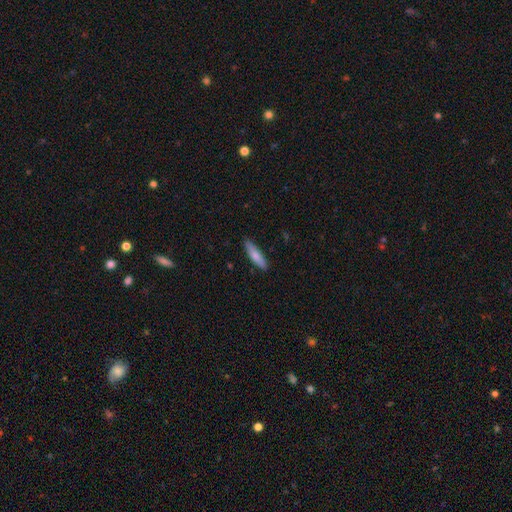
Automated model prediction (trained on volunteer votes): A smooth galaxy with no disk features (75%) that is cigar-shaped (76%).

Vote fractions:
- Smooth or featured? smooth: 75% / featured or disk: 19% / star or artifact: 5%
- How rounded? cigar-shaped: 76% / in between: 22% / round: 2%
- Merging? none: 86% / minor disturbance: 11% / major disturbance: 2% / merger: 1%